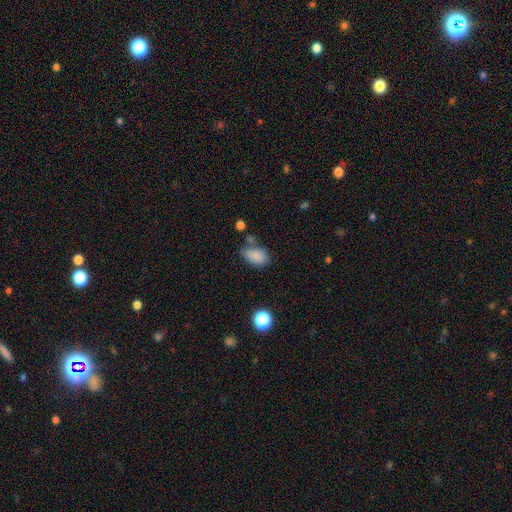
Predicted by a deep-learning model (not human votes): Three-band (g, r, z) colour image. It shows a smooth galaxy with no disk features (85%) that is in between round and cigar-shaped (88%). Merging: none (61%).